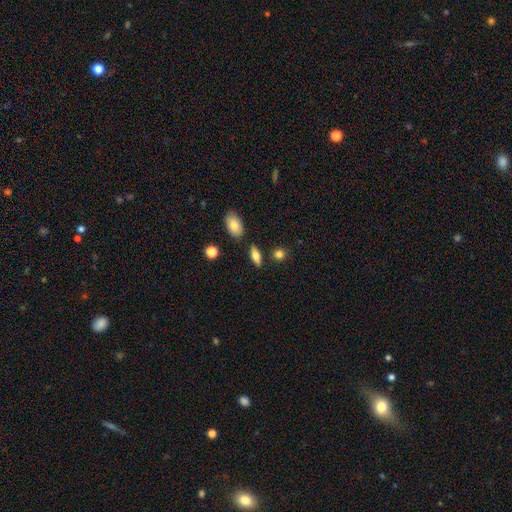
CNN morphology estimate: Overall: smooth (70%). How rounded: in between (71%). Merging: none (81%).